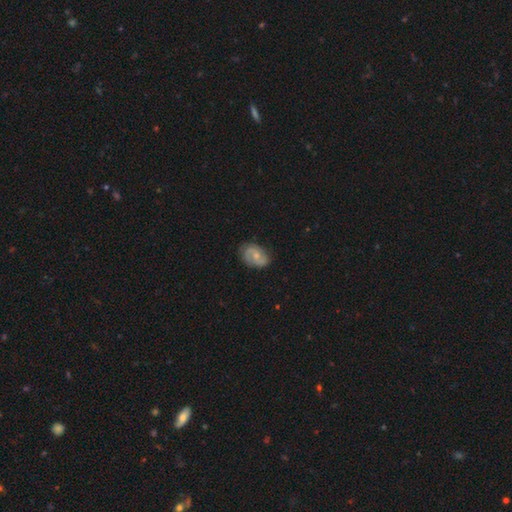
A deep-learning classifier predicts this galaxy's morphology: A featured or disk galaxy (64%) with no bar (58%), 2 (81%) medium (46%) spiral arms (87%) and a moderate central bulge (49%). Merging: none (74%).